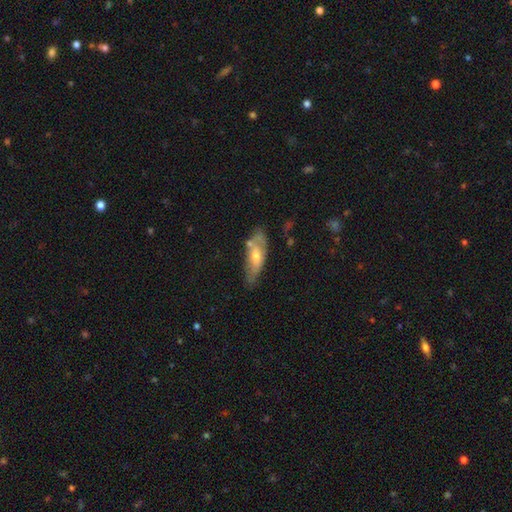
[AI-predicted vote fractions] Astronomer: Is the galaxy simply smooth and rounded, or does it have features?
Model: featured or disk — 49% (runner-up: smooth, 44%).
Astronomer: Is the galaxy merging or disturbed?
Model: none — 60%.